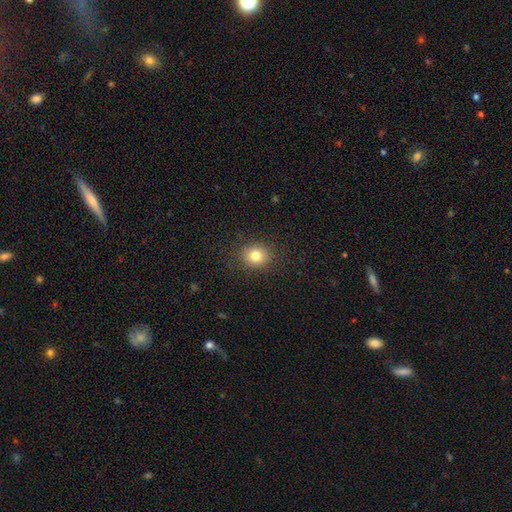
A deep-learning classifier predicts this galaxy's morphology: Smooth or featured? smooth (81%)
How rounded? round (73%)
Merging? none (88%)